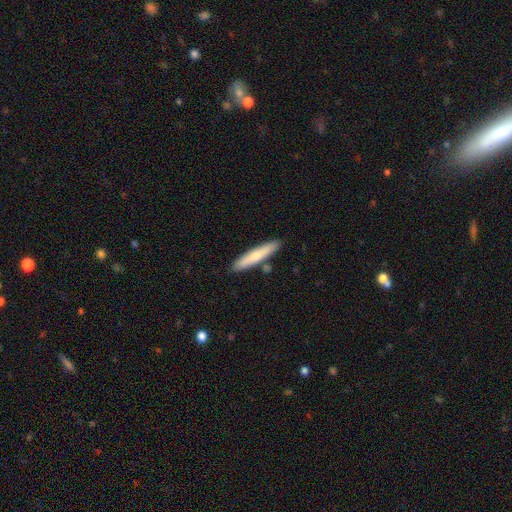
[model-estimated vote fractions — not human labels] Smooth or featured: smooth — 69% (featured or disk — 26%)
How rounded: cigar-shaped — 90% (in between — 8%)
Merging: none — 84% (minor disturbance — 9%)